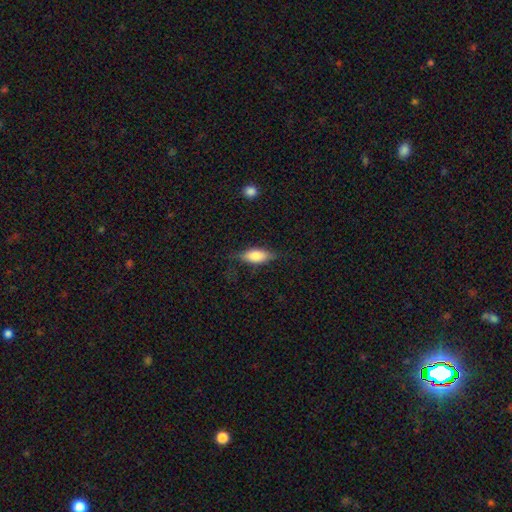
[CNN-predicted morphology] Smooth or featured? Predicted: smooth (p=0.73). How rounded? Predicted: in between (p=0.78). Merging? Predicted: none (p=0.70).